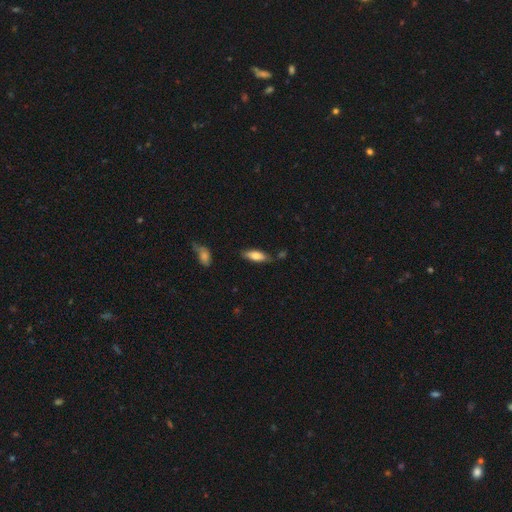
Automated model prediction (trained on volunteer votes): A smooth galaxy with no disk features (75%) that is in between round and cigar-shaped (66%). Merging: none (75%).